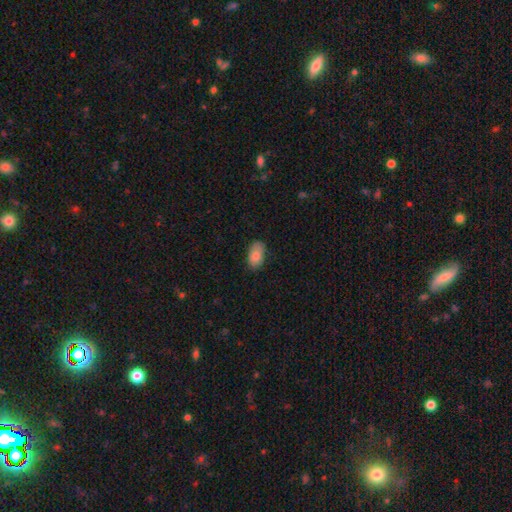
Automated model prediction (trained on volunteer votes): The model was most divided on "merging": none: 73%, minor disturbance: 21%, major disturbance: 4%, merger: 1%. More confident: how rounded — in between (92%); smooth or featured — smooth (85%).